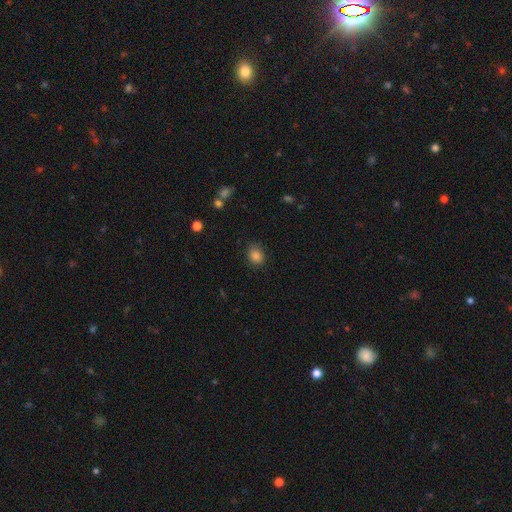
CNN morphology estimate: Smooth or featured: smooth — 85% (star or artifact — 10%)
How rounded: round — 58% (in between — 42%)
Merging: none — 82% (minor disturbance — 13%)